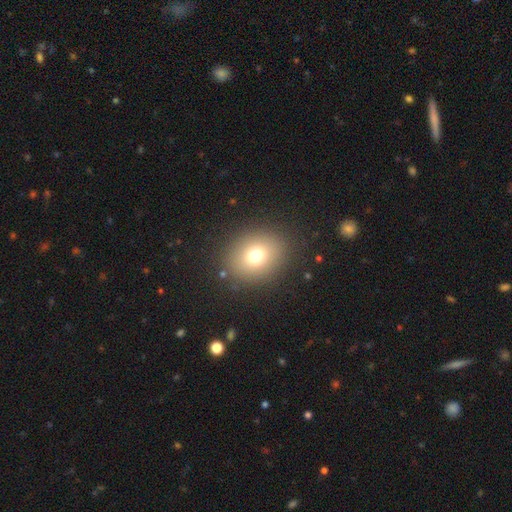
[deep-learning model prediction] smooth-or-featured: smooth: 73% | star or artifact: 15% | featured or disk: 12%
  how-rounded: round: 58% | in between: 41% | cigar-shaped: 1%
  merging: none: 87% | minor disturbance: 8% | major disturbance: 4% | merger: 1%